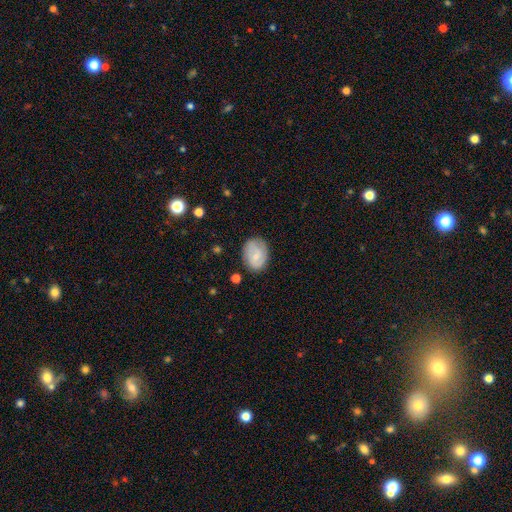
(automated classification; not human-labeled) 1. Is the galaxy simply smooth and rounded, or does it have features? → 60% smooth, 32% featured or disk, 7% star or artifact.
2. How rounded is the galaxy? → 67% in between, 32% round, 1% cigar-shaped.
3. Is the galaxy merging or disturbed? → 76% none, 17% minor disturbance, 4% major disturbance, 2% merger.